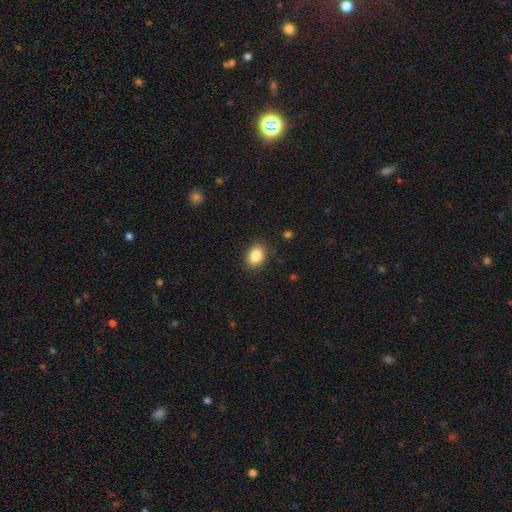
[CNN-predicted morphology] The model was most divided on "how rounded": in between: 64%, round: 35%, cigar-shaped: 1%. More confident: merging — none (87%); smooth or featured — smooth (85%).